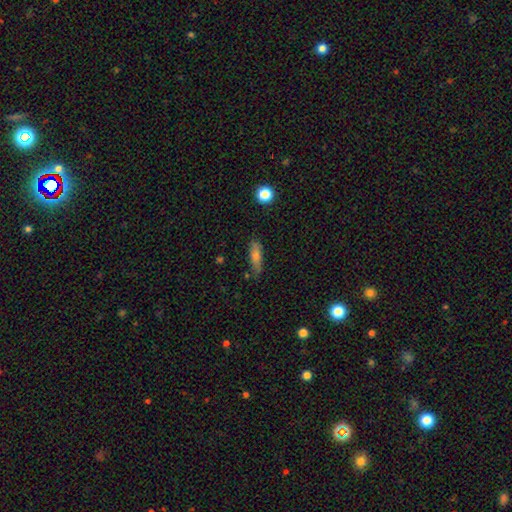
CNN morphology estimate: The model was most divided on "how rounded": cigar-shaped: 52%, in between: 45%, round: 3%. More confident: merging — none (72%); smooth or featured — smooth (70%).